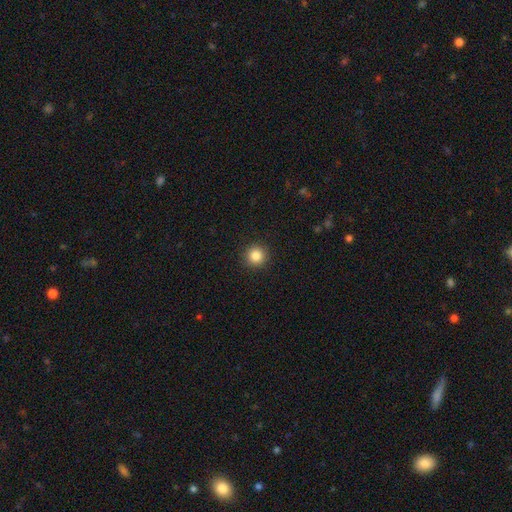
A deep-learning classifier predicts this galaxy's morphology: Smooth or featured? smooth (85%)
How rounded? round (95%)
Merging? none (93%)